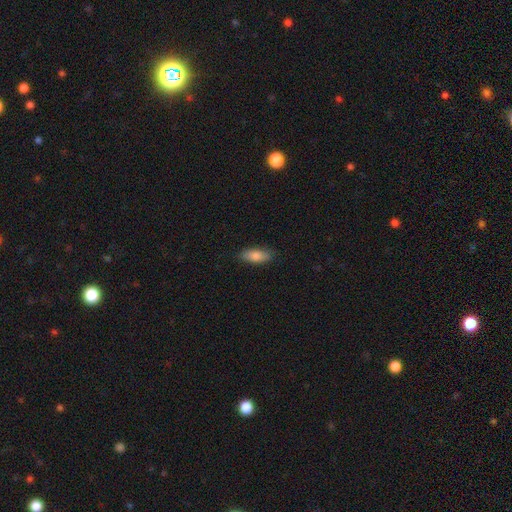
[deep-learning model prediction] Q: Smooth or featured?
A: smooth (82%); runner-up: featured or disk (12%)
Q: How rounded?
A: in between (76%); runner-up: cigar-shaped (22%)
Q: Merging?
A: none (84%); runner-up: minor disturbance (12%)